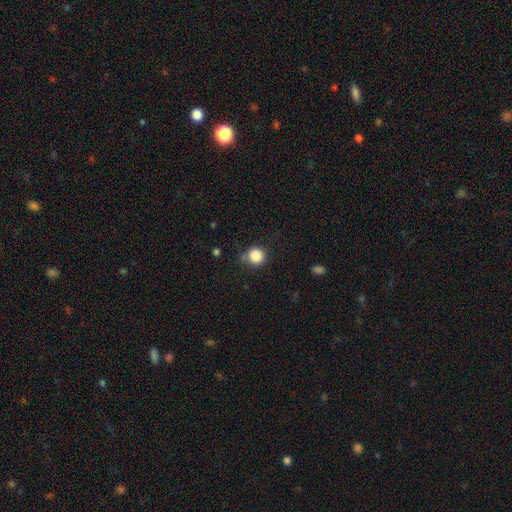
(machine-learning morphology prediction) Overall: smooth (85%). How rounded: round (91%). Merging: none (74%).